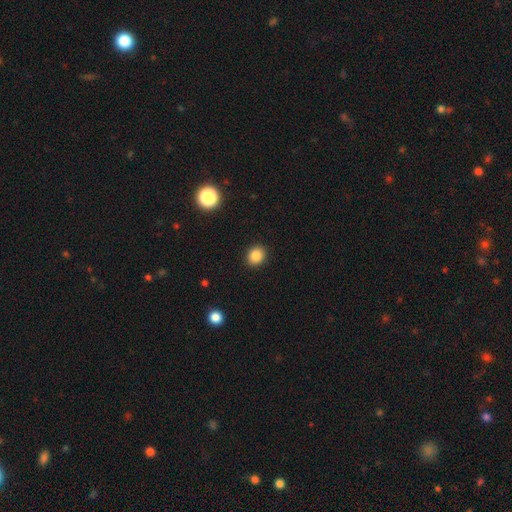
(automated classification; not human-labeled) Smooth or featured?
  - smooth: 85% *
  - star or artifact: 11%
  - featured or disk: 4%
How rounded?
  - round: 70% *
  - in between: 29%
  - cigar-shaped: 1%
Merging?
  - none: 91% *
  - minor disturbance: 6%
  - major disturbance: 2%
  - merger: 1%